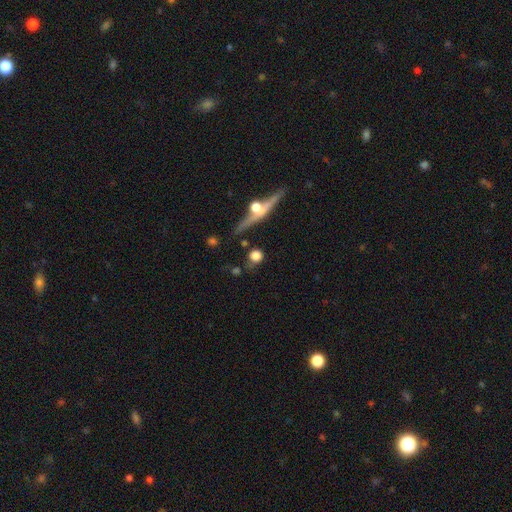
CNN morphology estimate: Smooth or featured? smooth (69%)
How rounded? round (86%)
Merging? none (70%)